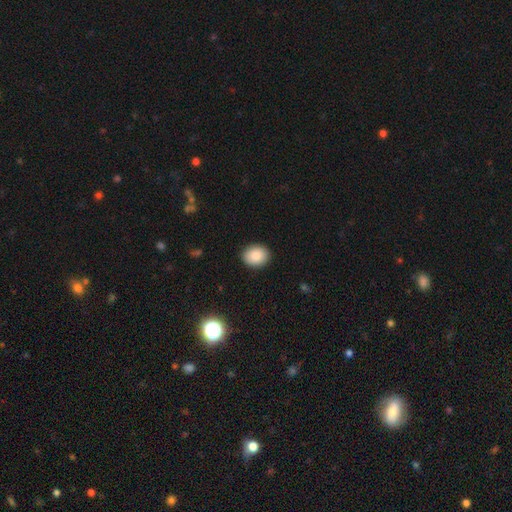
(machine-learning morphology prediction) The model was most divided on "how rounded": in between: 51%, round: 48%, cigar-shaped: 1%. More confident: merging — none (90%); smooth or featured — smooth (85%).